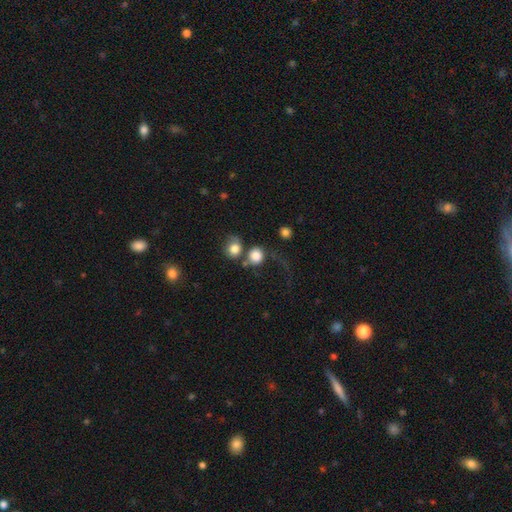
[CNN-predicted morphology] smooth 81%, featured or disk 10%, star or artifact 9%. Down the decision tree: how rounded — round (82%); merging — none (36%).